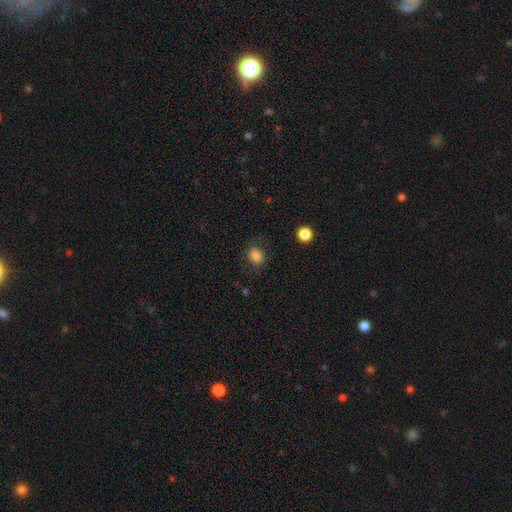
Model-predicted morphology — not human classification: type=smooth (82%); roundness=round (66%); merging=none (80%).